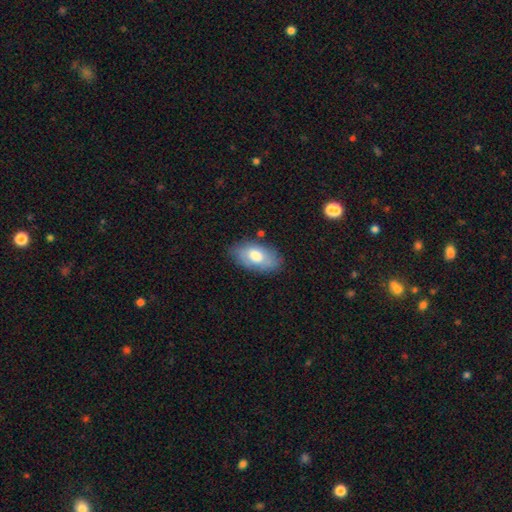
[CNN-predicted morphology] A smooth galaxy with no disk features (71%) that is in between round and cigar-shaped (93%).

Vote fractions:
- Smooth or featured? smooth: 71% / featured or disk: 22% / star or artifact: 7%
- How rounded? in between: 93% / round: 4% / cigar-shaped: 2%
- Merging? none: 76% / minor disturbance: 18% / major disturbance: 4% / merger: 2%